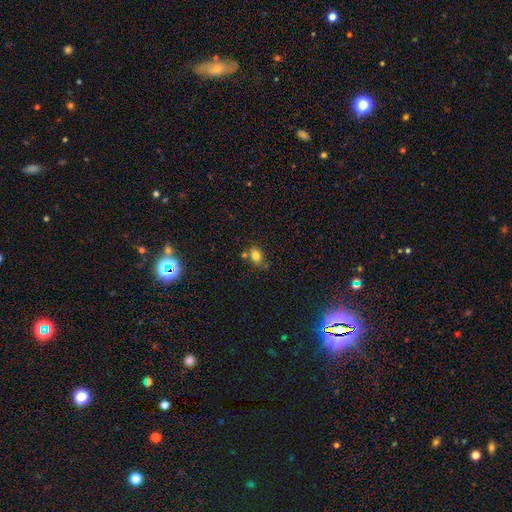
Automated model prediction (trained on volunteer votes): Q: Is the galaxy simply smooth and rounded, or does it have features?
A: smooth — 78%.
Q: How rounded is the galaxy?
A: in between — 67%.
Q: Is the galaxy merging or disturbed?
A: none — 64%.